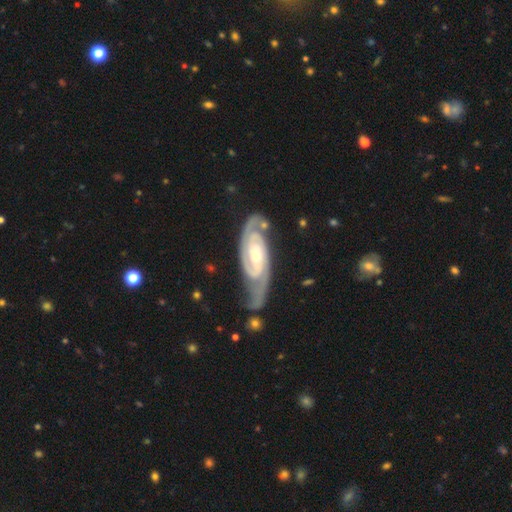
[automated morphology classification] A featured or disk galaxy (92%) with no bar (52%), 2 (86%) tight (66%) spiral arms (98%) and a small central bulge (50%).

Vote fractions:
- Smooth or featured? featured or disk: 92% / smooth: 4% / star or artifact: 4%
- Edge-on disk? no: 95% / yes: 5%
- Bar? no: 52% / weak: 33% / strong: 16%
- Spiral arms? yes: 98% / no: 2%
- Spiral winding? tight: 66% / medium: 29% / loose: 5%
- Spiral arm count? 2: 86% / can't tell: 5% / 3: 4% / 1: 2% / 4: 1% / more than 4: 1%
- Bulge size? small: 50% / moderate: 45% / large: 2% / none: 1% / dominant: 1%
- Merging? none: 66% / minor disturbance: 20% / major disturbance: 9% / merger: 4%